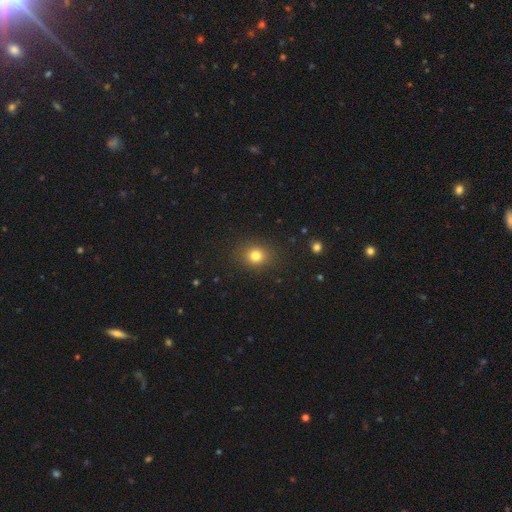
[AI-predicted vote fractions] Smooth or featured? smooth (79%)
How rounded? round (70%)
Merging? none (87%)